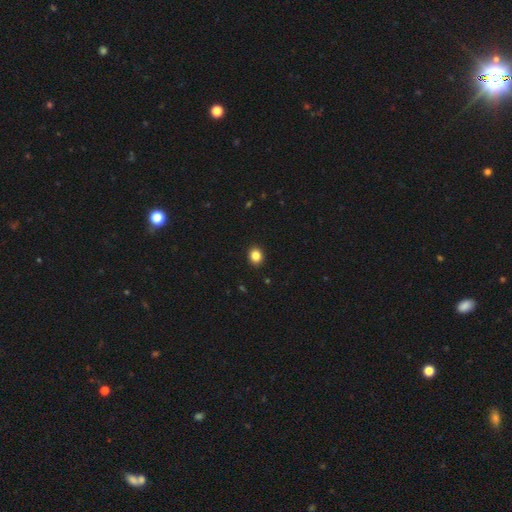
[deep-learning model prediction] A smooth galaxy with no disk features (85%) that is round (68%).

Vote fractions:
- Smooth or featured? smooth: 85% / star or artifact: 11% / featured or disk: 4%
- How rounded? round: 68% / in between: 31% / cigar-shaped: 1%
- Merging? none: 92% / minor disturbance: 5% / major disturbance: 1% / merger: 1%